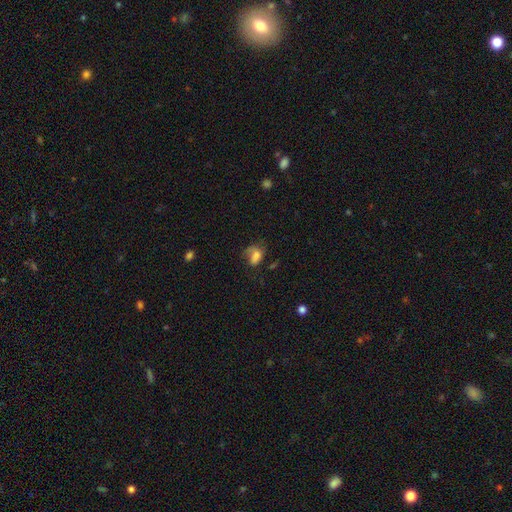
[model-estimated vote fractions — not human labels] smooth_or_featured: smooth (p=0.67) [alt: featured or disk p=0.22]
how_rounded: in between (p=0.79) [alt: round p=0.20]
merging: none (p=0.37) [alt: major disturbance p=0.31]